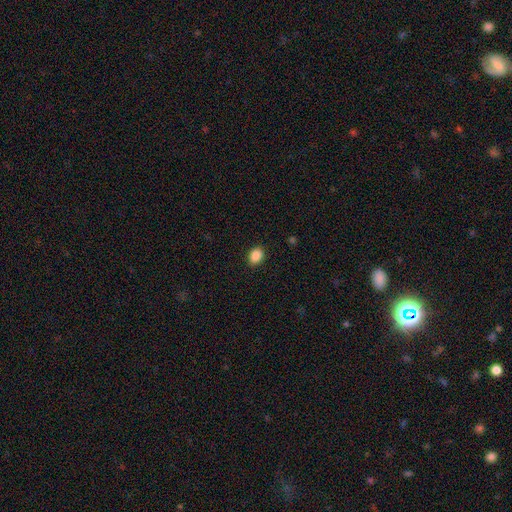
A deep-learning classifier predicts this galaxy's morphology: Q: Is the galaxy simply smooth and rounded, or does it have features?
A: smooth — 88%.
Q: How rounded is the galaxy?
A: in between — 64%.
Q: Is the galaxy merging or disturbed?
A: none — 89%.